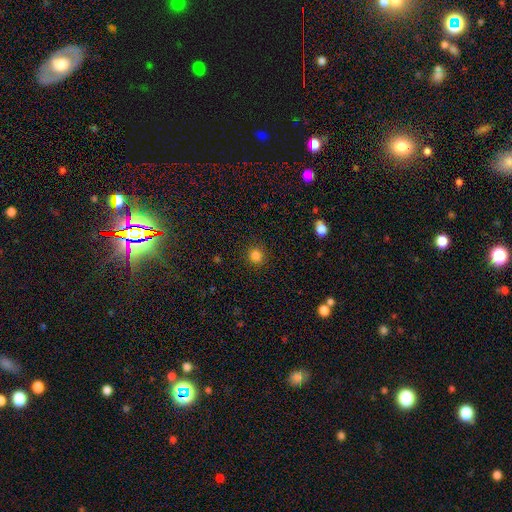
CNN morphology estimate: The model was most divided on "smooth or featured": smooth: 83%, star or artifact: 13%, featured or disk: 4%. More confident: merging — none (90%); how rounded — round (89%).